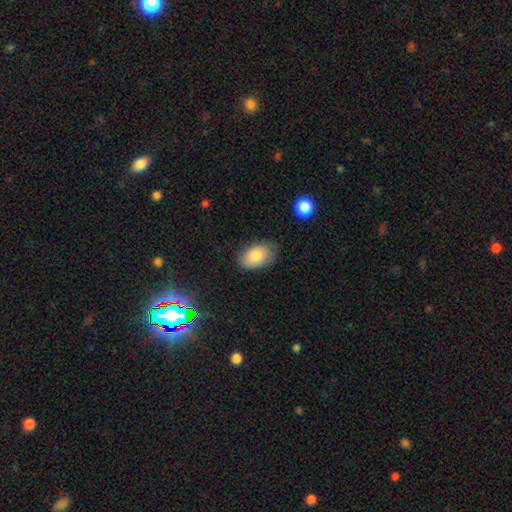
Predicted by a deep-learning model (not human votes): smooth 82%, featured or disk 10%, star or artifact 7%. Down the decision tree: how rounded — in between (89%); merging — none (74%).